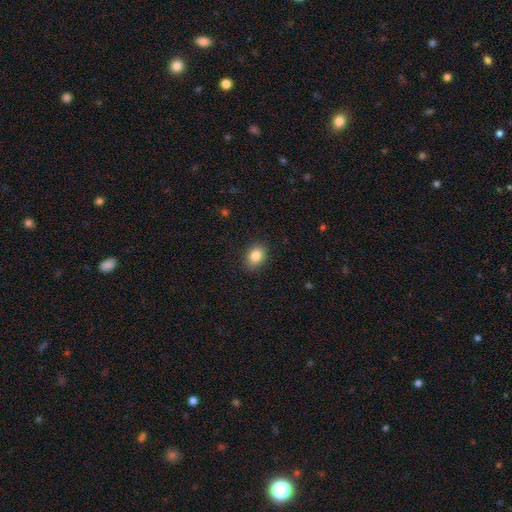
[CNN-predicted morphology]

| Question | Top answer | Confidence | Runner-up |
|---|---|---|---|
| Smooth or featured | smooth | 85% | star or artifact (9%) |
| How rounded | in between | 68% | round (31%) |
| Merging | none | 86% | minor disturbance (10%) |